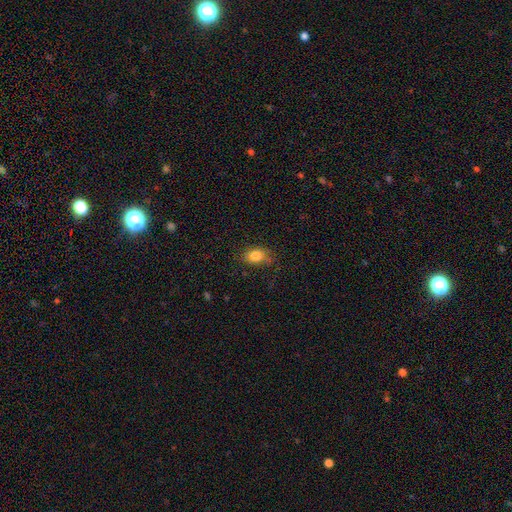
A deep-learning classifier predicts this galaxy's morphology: A smooth galaxy with no disk features (84%) that is in between round and cigar-shaped (79%). Merging: none (67%).